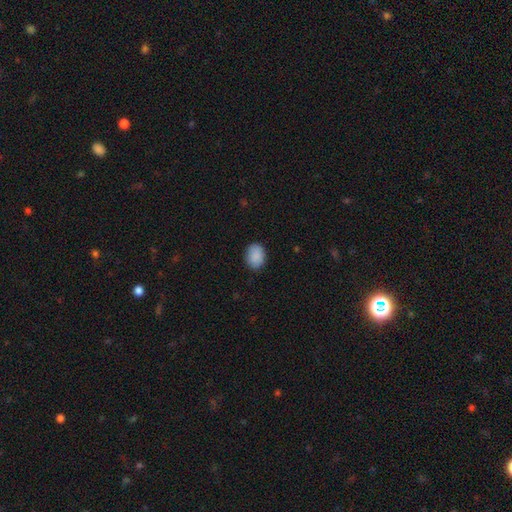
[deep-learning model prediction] Smooth or featured? Predicted: smooth (p=0.90). How rounded? Predicted: in between (p=0.69). Merging? Predicted: none (p=0.86).